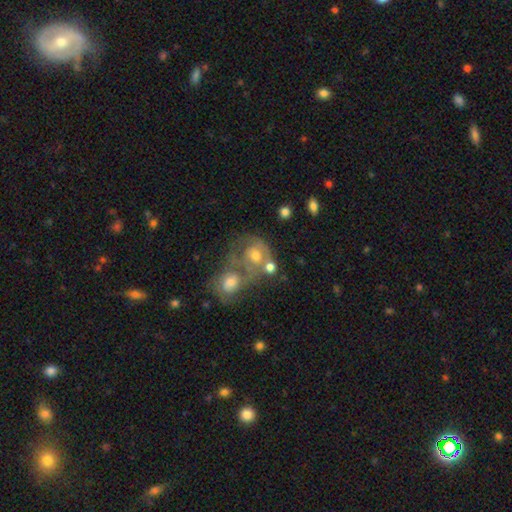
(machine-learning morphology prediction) This is possibly a featured or disk galaxy (52%). It is clearly not viewed edge-on (97%). Bar: likely no (80%). Spiral arm pattern: possibly yes (51%). Central bulge: likely moderate (63%). Merging: possibly merger (59%).